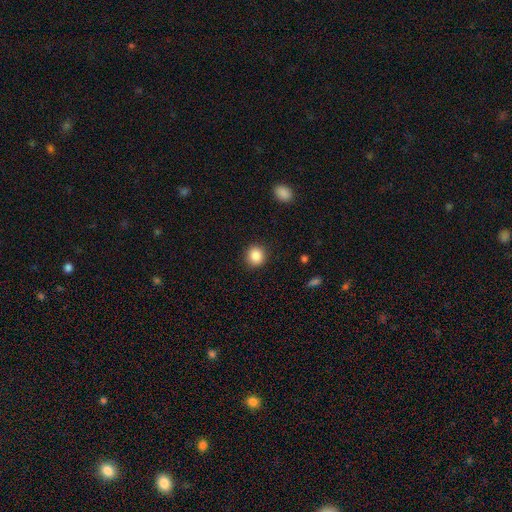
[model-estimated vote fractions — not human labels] Morphology: type=smooth (87%); roundness=round (87%); merging=none (91%).